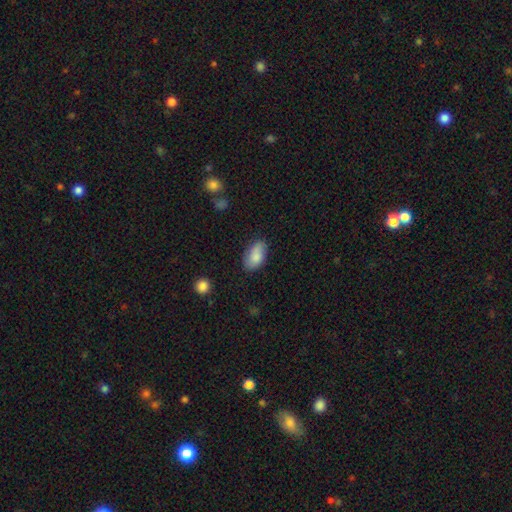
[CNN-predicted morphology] type=smooth (84%); roundness=in between (93%); merging=none (79%).